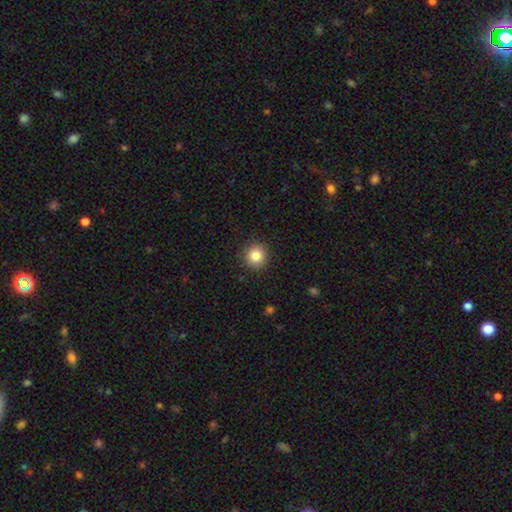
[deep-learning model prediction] Smooth or featured?
  - smooth: 84% *
  - star or artifact: 10%
  - featured or disk: 6%
How rounded?
  - round: 93% *
  - in between: 6%
  - cigar-shaped: 1%
Merging?
  - none: 91% *
  - minor disturbance: 6%
  - major disturbance: 2%
  - merger: 1%